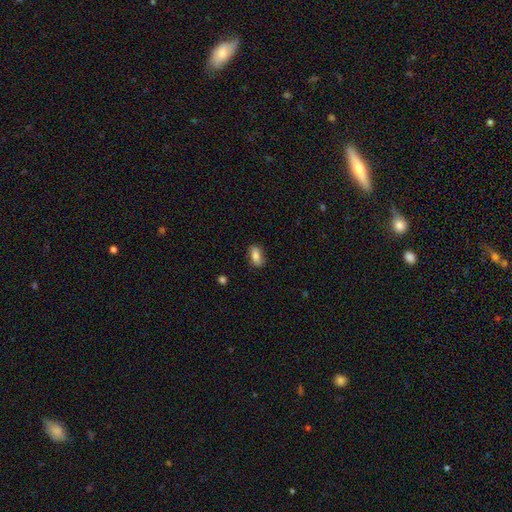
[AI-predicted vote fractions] Smooth or featured? Predicted: smooth (p=0.75). How rounded? Predicted: in between (p=0.86). Merging? Predicted: none (p=0.80).